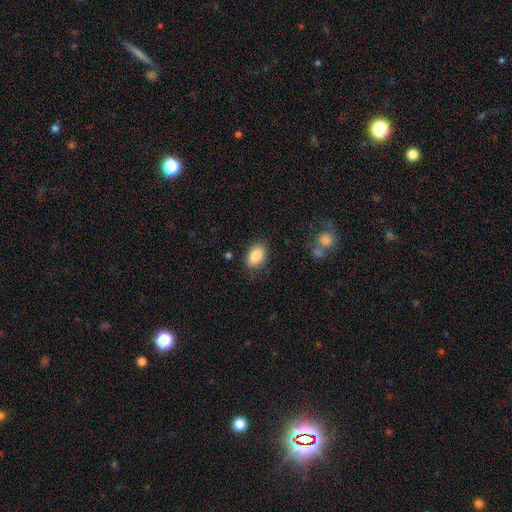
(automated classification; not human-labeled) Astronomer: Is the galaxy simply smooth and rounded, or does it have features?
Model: smooth — 87%.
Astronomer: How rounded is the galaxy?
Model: in between — 90%.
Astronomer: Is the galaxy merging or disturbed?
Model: none — 84%.